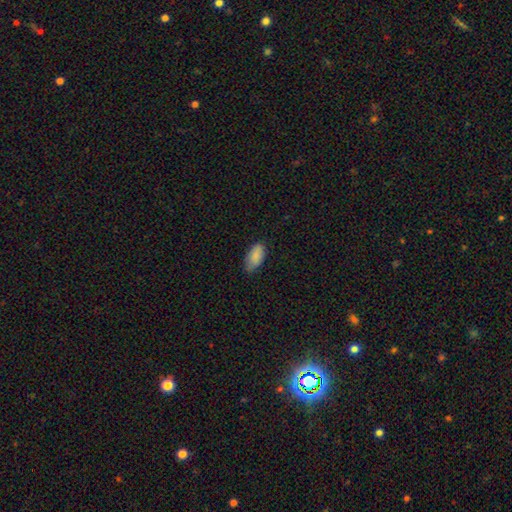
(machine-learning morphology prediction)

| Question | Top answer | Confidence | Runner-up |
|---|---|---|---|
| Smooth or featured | smooth | 87% | star or artifact (7%) |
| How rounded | in between | 94% | cigar-shaped (4%) |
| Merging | none | 74% | minor disturbance (22%) |